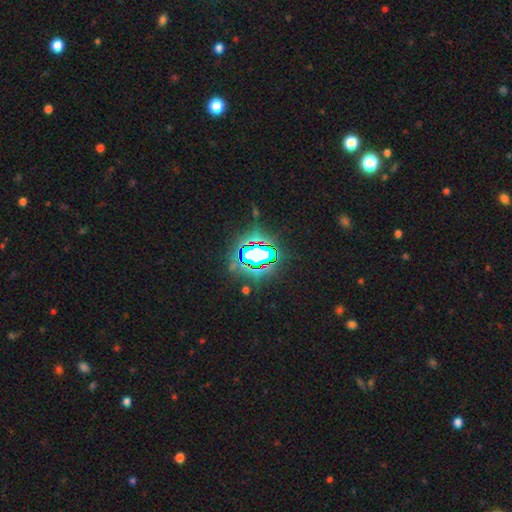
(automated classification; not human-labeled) Smooth or featured? star or artifact (71%)